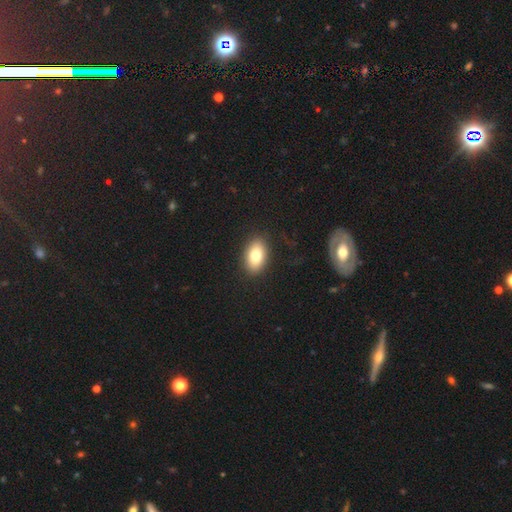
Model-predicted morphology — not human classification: Overall: smooth (80%). How rounded: in between (90%). Merging: none (87%).